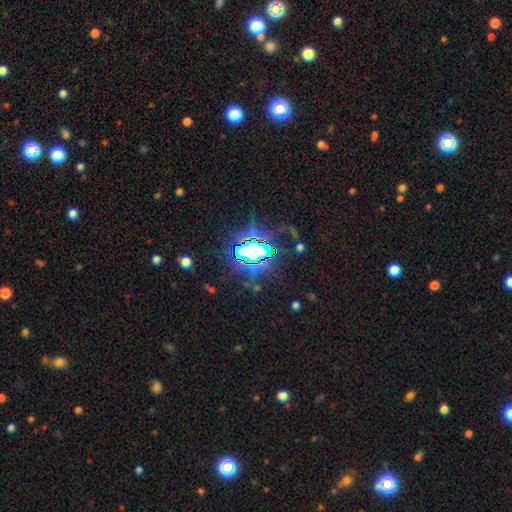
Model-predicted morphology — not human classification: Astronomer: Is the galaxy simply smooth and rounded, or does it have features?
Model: star or artifact — 71%.